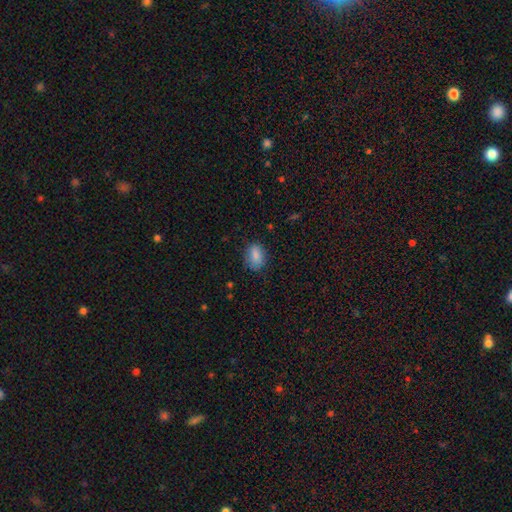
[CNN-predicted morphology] Smooth or featured: smooth — 84% (star or artifact — 9%)
How rounded: in between — 79% (round — 19%)
Merging: none — 73% (minor disturbance — 20%)